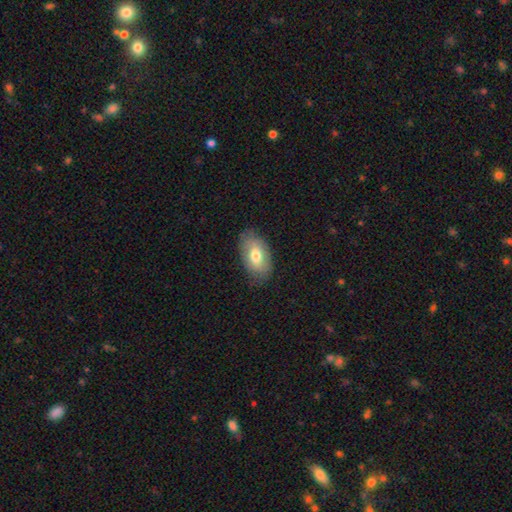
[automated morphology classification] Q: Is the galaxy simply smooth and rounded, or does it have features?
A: smooth — 71%.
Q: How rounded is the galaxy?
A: in between — 92%.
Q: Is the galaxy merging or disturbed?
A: none — 78%.